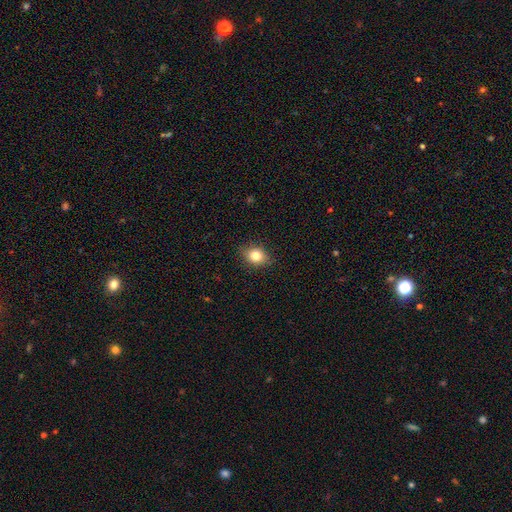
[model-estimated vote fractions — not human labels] Q: Smooth or featured?
A: smooth (81%); runner-up: star or artifact (10%)
Q: How rounded?
A: in between (52%); runner-up: round (46%)
Q: Merging?
A: none (86%); runner-up: minor disturbance (10%)